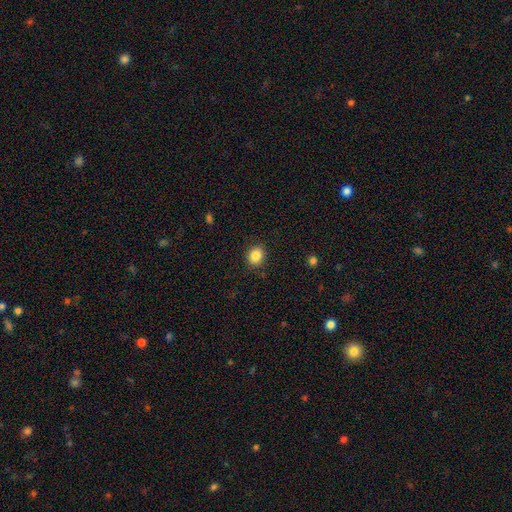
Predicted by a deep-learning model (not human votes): This appears to be a smooth galaxy with no disk features (86%) that is round (64%). Merging: none (88%).